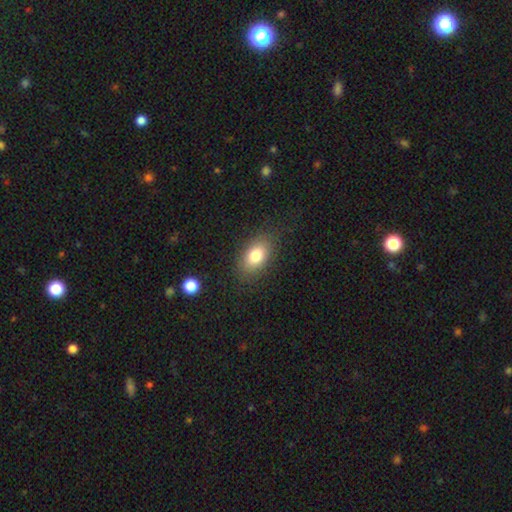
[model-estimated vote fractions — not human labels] Smooth or featured?
  - smooth: 80% *
  - featured or disk: 11%
  - star or artifact: 9%
How rounded?
  - in between: 87% *
  - round: 10%
  - cigar-shaped: 2%
Merging?
  - none: 84% *
  - minor disturbance: 11%
  - major disturbance: 4%
  - merger: 1%